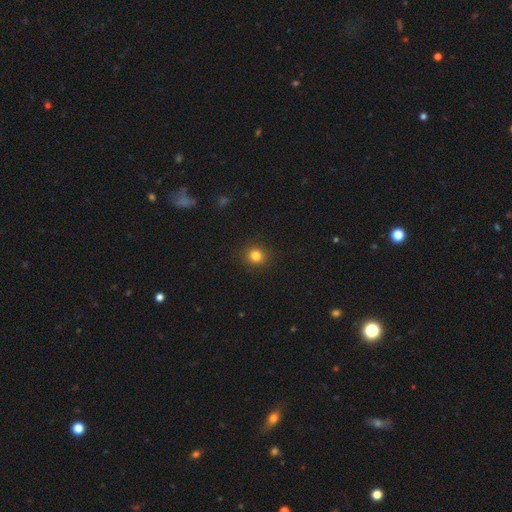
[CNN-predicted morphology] The model was most divided on "smooth or featured": smooth: 82%, star or artifact: 13%, featured or disk: 5%. More confident: merging — none (91%); how rounded — round (90%).